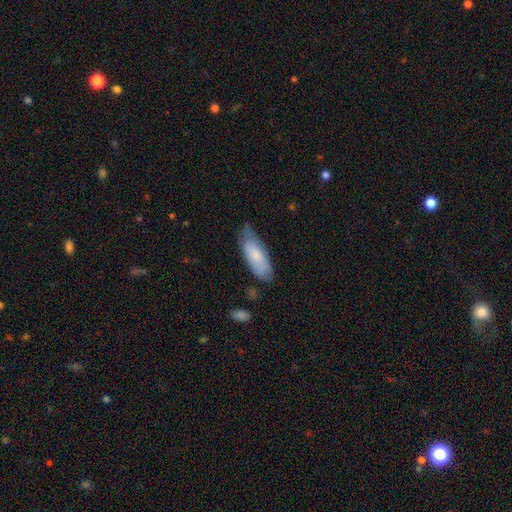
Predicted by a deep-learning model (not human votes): The model was most divided on "merging": none: 60%, minor disturbance: 31%, major disturbance: 7%, merger: 2%. More confident: how rounded — in between (72%); smooth or featured — smooth (72%).